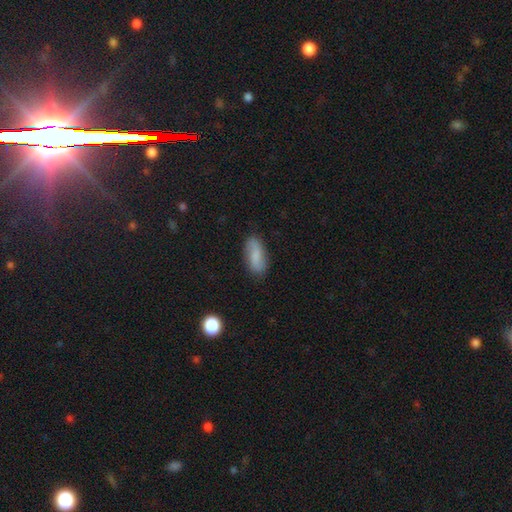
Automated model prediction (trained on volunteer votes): This is likely a smooth galaxy (70%). How rounded: clearly in between (82%). Merging: likely none (79%).